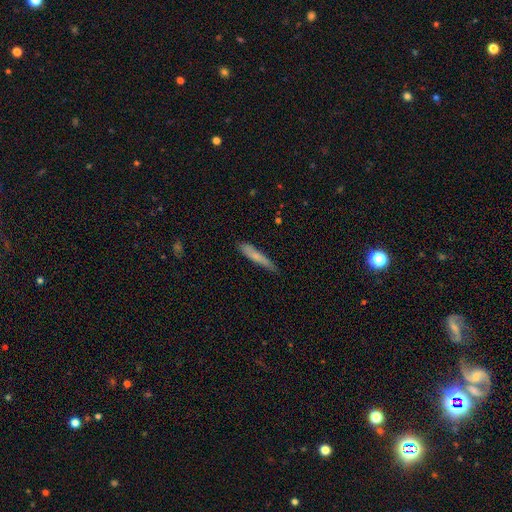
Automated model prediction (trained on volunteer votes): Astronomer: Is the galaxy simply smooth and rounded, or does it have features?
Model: smooth — 70%.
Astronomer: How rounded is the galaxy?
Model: cigar-shaped — 91%.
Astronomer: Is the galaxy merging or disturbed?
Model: none — 72%.